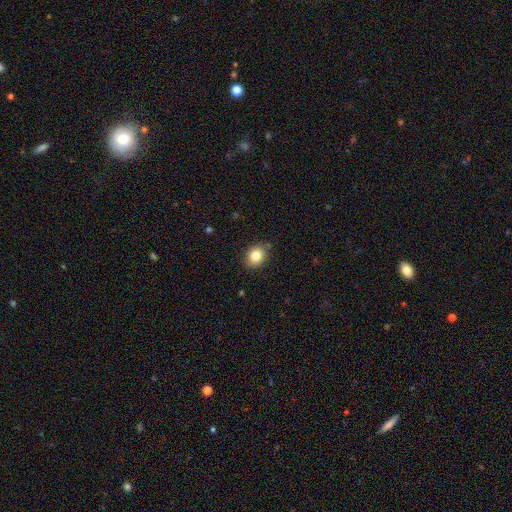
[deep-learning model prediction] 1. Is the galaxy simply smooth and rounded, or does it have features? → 83% smooth, 10% star or artifact, 8% featured or disk.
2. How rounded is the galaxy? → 52% round, 47% in between, 1% cigar-shaped.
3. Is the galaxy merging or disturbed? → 84% none, 11% minor disturbance, 2% major disturbance, 2% merger.